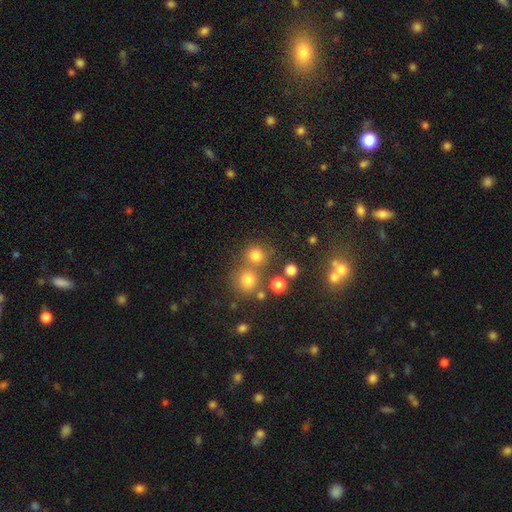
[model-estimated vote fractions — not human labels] Smooth or featured? smooth (76%)
How rounded? round (89%)
Merging? none (62%)